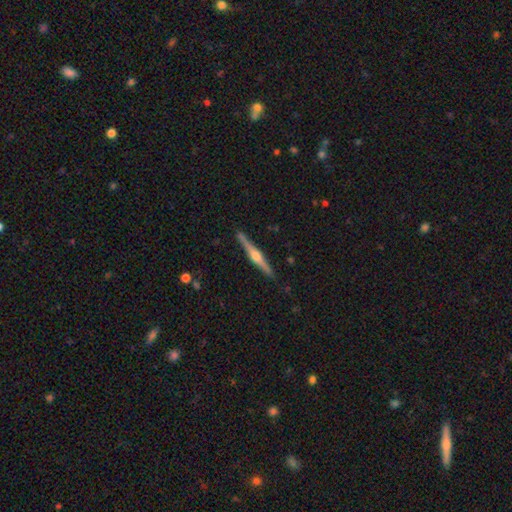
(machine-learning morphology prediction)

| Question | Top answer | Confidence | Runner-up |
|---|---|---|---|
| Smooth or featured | featured or disk | 81% | smooth (14%) |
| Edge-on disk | yes | 99% | no (1%) |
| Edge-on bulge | rounded | 91% | boxy (6%) |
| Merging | none | 91% | minor disturbance (7%) |